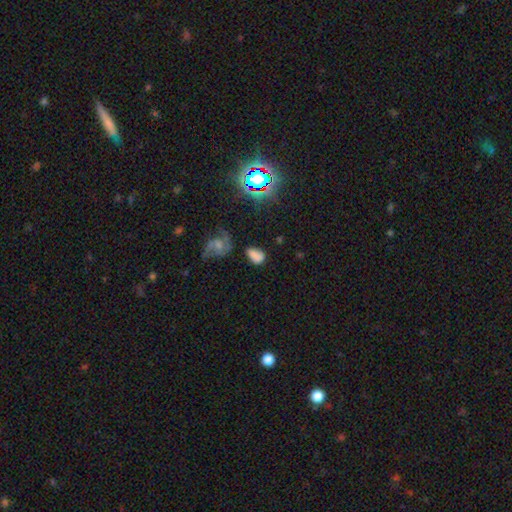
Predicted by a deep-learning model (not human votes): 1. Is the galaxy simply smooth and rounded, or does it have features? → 65% smooth, 19% star or artifact, 16% featured or disk.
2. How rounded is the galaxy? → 83% in between, 15% round, 3% cigar-shaped.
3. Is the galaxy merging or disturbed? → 51% none, 23% minor disturbance, 14% major disturbance, 12% merger.